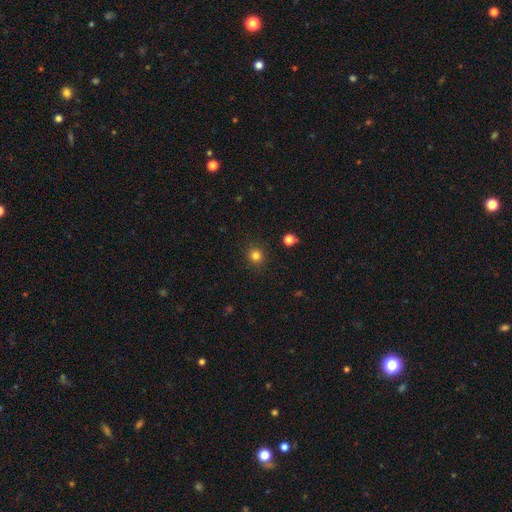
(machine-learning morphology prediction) Overall: smooth (81%). How rounded: round (91%). Merging: none (90%).